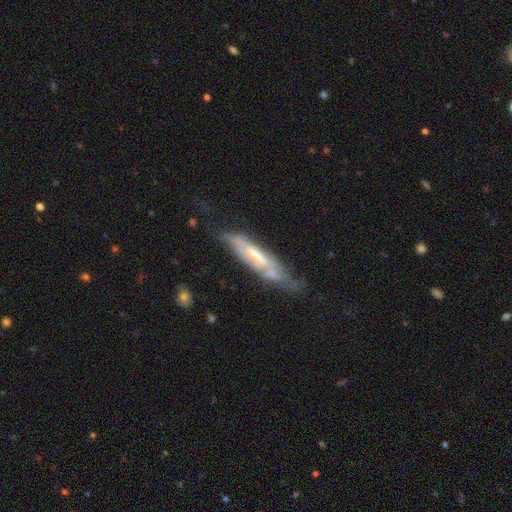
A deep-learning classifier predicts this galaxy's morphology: A featured or disk galaxy (69%) viewed edge-on (51%).

Vote fractions:
- Smooth or featured? featured or disk: 69% / smooth: 25% / star or artifact: 7%
- Edge-on disk? yes: 51% / no: 49%
- Merging? none: 48% / minor disturbance: 30% / major disturbance: 17% / merger: 5%